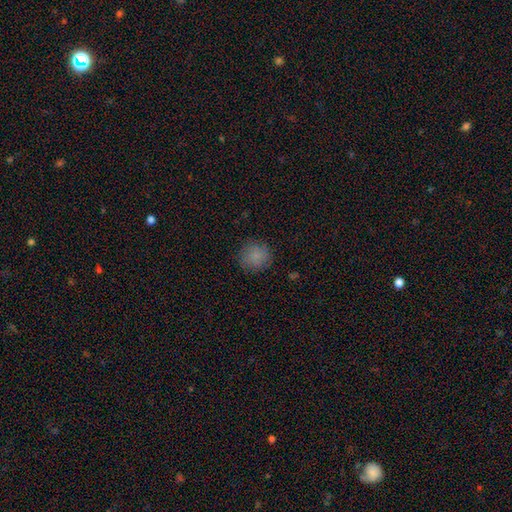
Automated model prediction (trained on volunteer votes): smooth_or_featured: smooth (p=0.85) [alt: star or artifact p=0.10]
how_rounded: round (p=0.92) [alt: in between p=0.07]
merging: none (p=0.86) [alt: minor disturbance p=0.10]